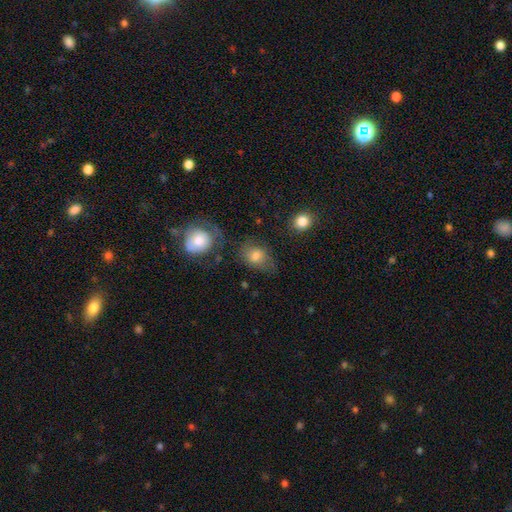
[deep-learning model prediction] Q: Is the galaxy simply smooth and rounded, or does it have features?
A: smooth — 69%.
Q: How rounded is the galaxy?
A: in between — 55%.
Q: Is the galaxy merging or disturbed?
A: none — 50%.